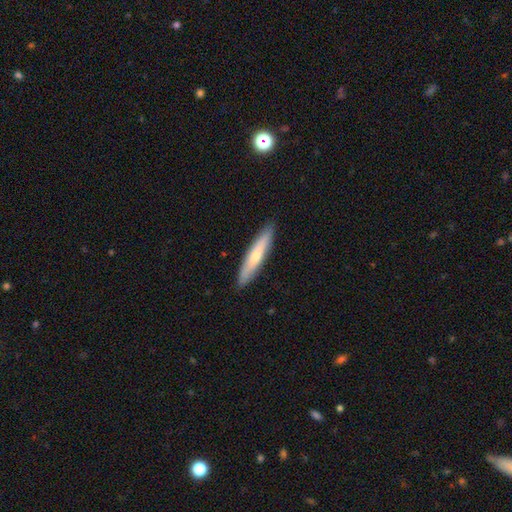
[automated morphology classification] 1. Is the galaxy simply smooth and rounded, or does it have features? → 58% smooth, 36% featured or disk, 5% star or artifact.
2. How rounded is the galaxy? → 88% cigar-shaped, 10% in between, 1% round.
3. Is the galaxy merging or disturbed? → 90% none, 7% minor disturbance, 1% major disturbance, 1% merger.